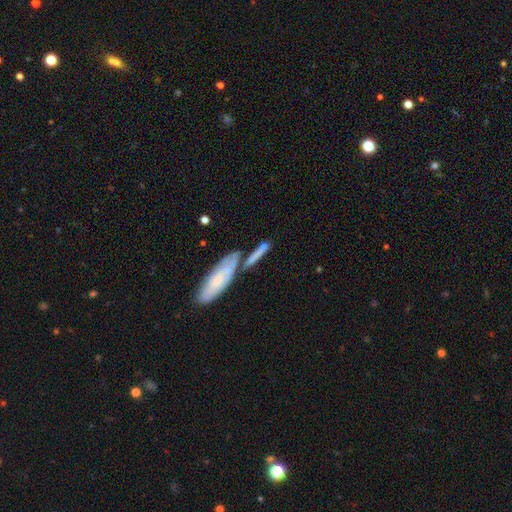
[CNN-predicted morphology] Q: Smooth or featured?
A: smooth (63%); runner-up: featured or disk (30%)
Q: How rounded?
A: cigar-shaped (81%); runner-up: in between (15%)
Q: Merging?
A: none (52%); runner-up: merger (29%)